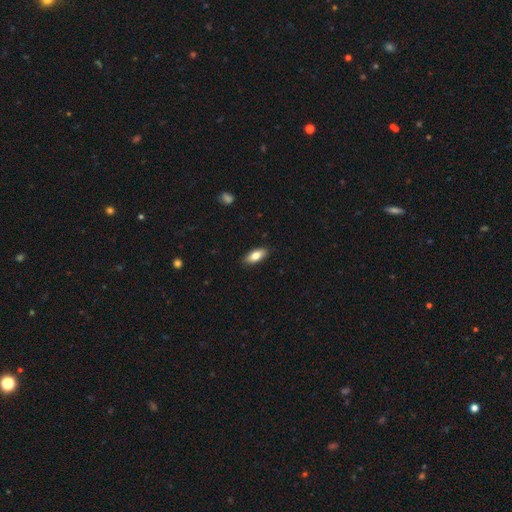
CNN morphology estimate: Smooth or featured? Predicted: smooth (p=0.80). How rounded? Predicted: in between (p=0.83). Merging? Predicted: none (p=0.88).